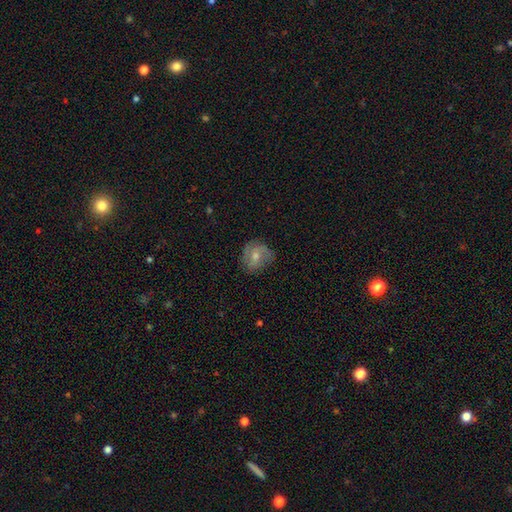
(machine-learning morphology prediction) This appears to be a smooth galaxy with no disk features (47%). Merging: none (65%).